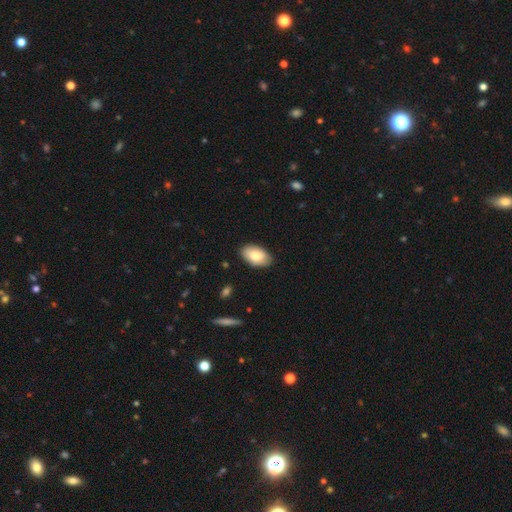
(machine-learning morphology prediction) The model was most divided on "smooth or featured": smooth: 81%, featured or disk: 13%, star or artifact: 6%. More confident: how rounded — in between (94%); merging — none (84%).